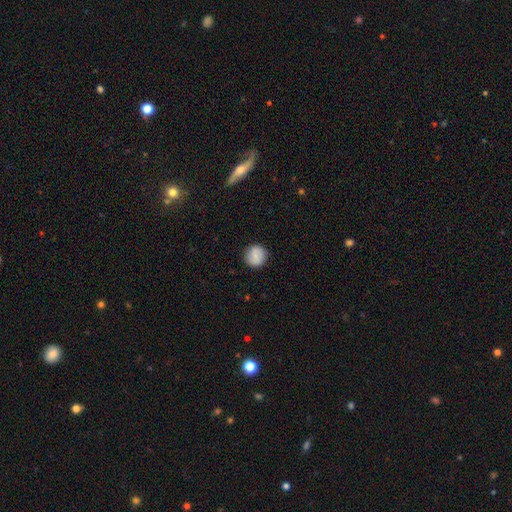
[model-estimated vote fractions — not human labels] Q: Smooth or featured?
A: smooth (75%); runner-up: featured or disk (17%)
Q: How rounded?
A: round (91%); runner-up: in between (8%)
Q: Merging?
A: none (87%); runner-up: minor disturbance (9%)